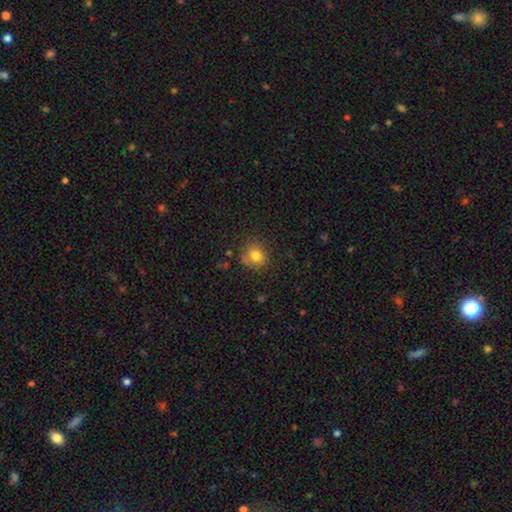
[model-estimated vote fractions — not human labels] A smooth galaxy with no disk features (79%) that is round (73%).

Vote fractions:
- Smooth or featured? smooth: 79% / star or artifact: 12% / featured or disk: 9%
- How rounded? round: 73% / in between: 27% / cigar-shaped: 1%
- Merging? none: 69% / minor disturbance: 20% / major disturbance: 7% / merger: 5%